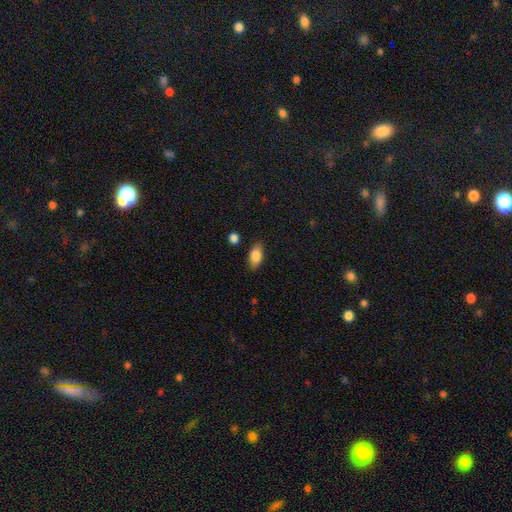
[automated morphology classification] This appears to be a smooth galaxy with no disk features (84%) that is in between round and cigar-shaped (90%). Merging: none (84%).